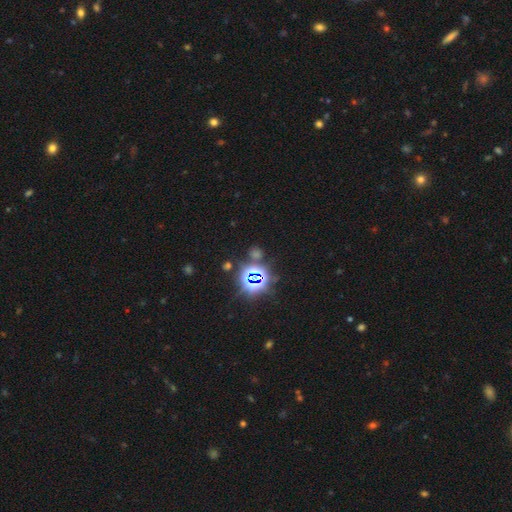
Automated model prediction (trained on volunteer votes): Smooth or featured: star or artifact — 77% (smooth — 15%)